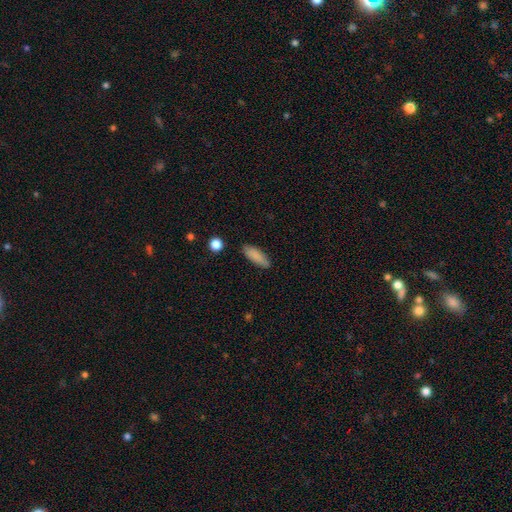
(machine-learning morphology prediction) smooth 86%, star or artifact 7%, featured or disk 7%. Down the decision tree: how rounded — in between (61%); merging — none (84%).